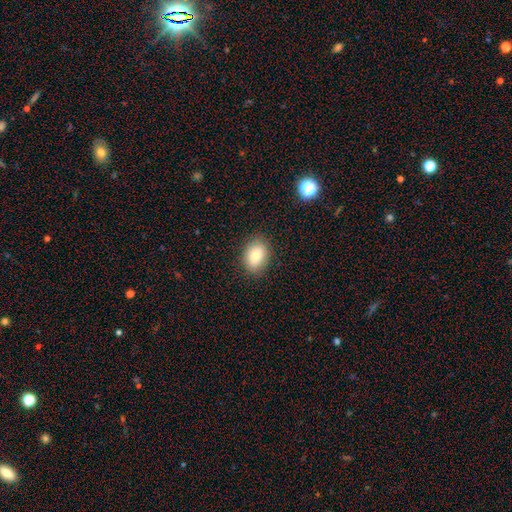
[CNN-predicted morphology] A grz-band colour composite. It shows a smooth galaxy with no disk features (81%) that is in between round and cigar-shaped (79%). Merging: none (86%).